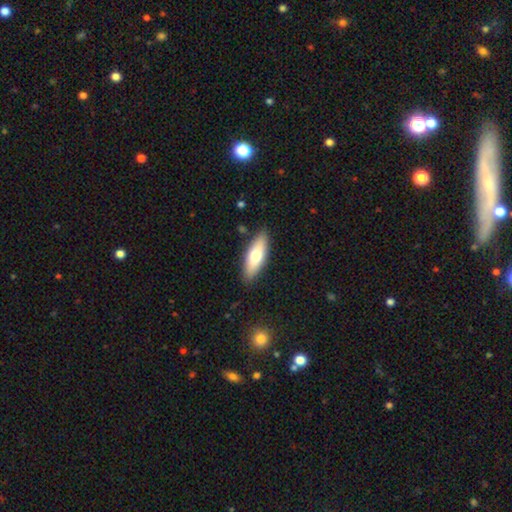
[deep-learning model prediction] Smooth or featured? smooth (67%)
How rounded? in between (65%)
Merging? none (87%)